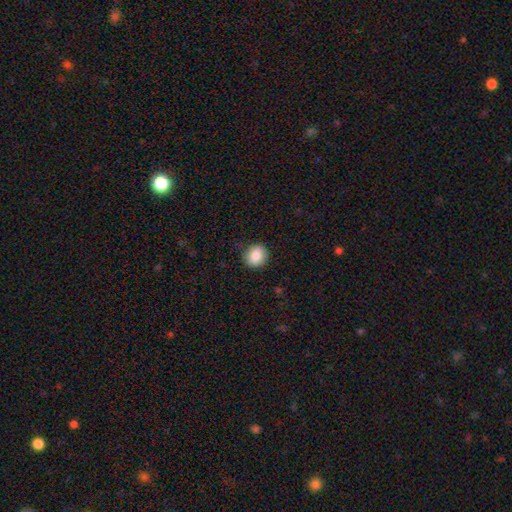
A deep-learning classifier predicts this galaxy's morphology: Smooth or featured?
  - smooth: 85% *
  - star or artifact: 8%
  - featured or disk: 7%
How rounded?
  - round: 83% *
  - in between: 16%
  - cigar-shaped: 1%
Merging?
  - none: 86% *
  - minor disturbance: 10%
  - major disturbance: 2%
  - merger: 1%